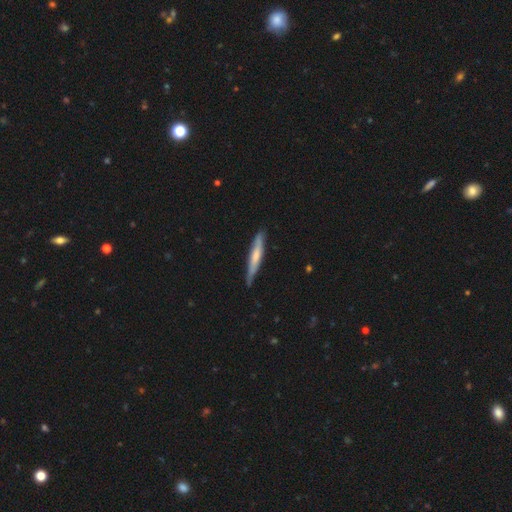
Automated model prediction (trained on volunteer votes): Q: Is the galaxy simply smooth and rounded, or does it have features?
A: smooth — 54%.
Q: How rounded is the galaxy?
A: cigar-shaped — 93%.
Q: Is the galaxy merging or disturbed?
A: none — 79%.